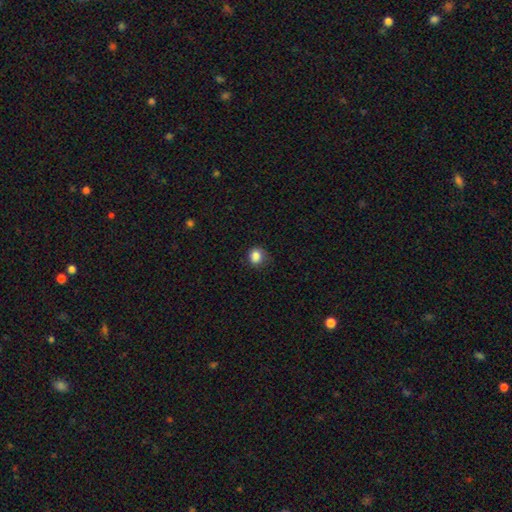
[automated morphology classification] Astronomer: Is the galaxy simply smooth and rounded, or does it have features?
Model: smooth — 86%.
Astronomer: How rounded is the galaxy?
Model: round — 76%.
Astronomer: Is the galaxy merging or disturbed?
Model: none — 77%.